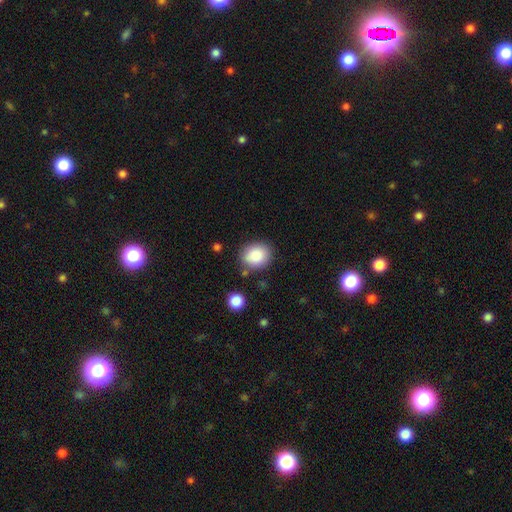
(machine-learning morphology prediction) Smooth or featured?
  - smooth: 87% *
  - star or artifact: 8%
  - featured or disk: 5%
How rounded?
  - round: 61% *
  - in between: 38%
  - cigar-shaped: 1%
Merging?
  - none: 81% *
  - minor disturbance: 12%
  - merger: 4%
  - major disturbance: 3%